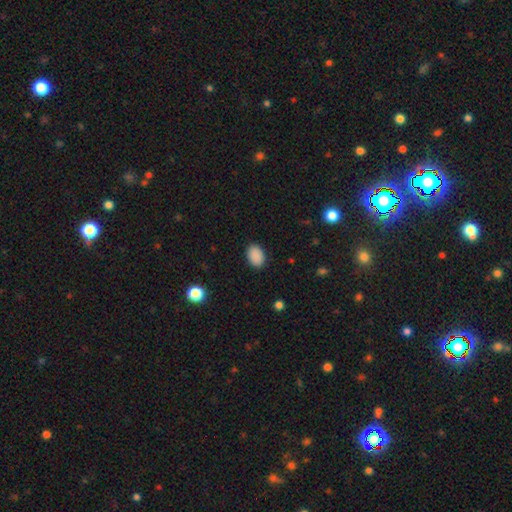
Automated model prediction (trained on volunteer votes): A smooth galaxy with no disk features (89%) that is in between round and cigar-shaped (83%).

Vote fractions:
- Smooth or featured? smooth: 89% / star or artifact: 8% / featured or disk: 3%
- How rounded? in between: 83% / round: 16% / cigar-shaped: 1%
- Merging? none: 88% / minor disturbance: 9% / major disturbance: 2% / merger: 1%